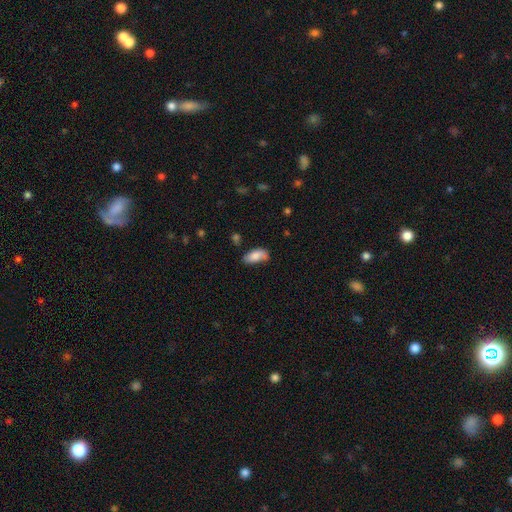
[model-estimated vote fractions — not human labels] Smooth or featured?
  - smooth: 81% *
  - featured or disk: 12%
  - star or artifact: 7%
How rounded?
  - in between: 90% *
  - cigar-shaped: 8%
  - round: 2%
Merging?
  - none: 57% *
  - minor disturbance: 31%
  - major disturbance: 8%
  - merger: 4%